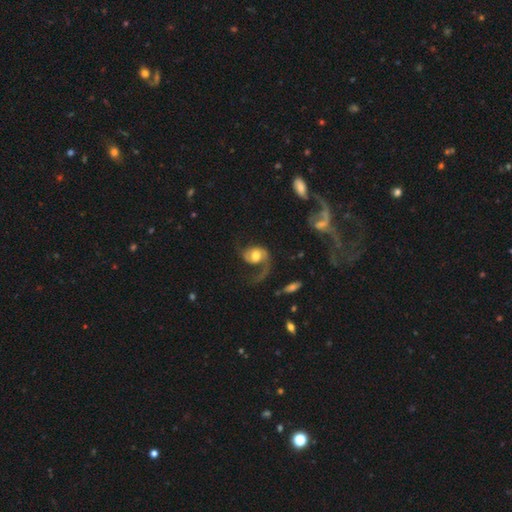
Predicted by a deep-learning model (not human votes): featured or disk 74%, smooth 20%, star or artifact 6%. Down the decision tree: edge-on disk — no (97%); bar — no (68%); spiral arms — yes (92%); spiral arm count — 1 (50%); spiral winding — loose (59%); bulge size — moderate (59%); merging — major disturbance (41%).